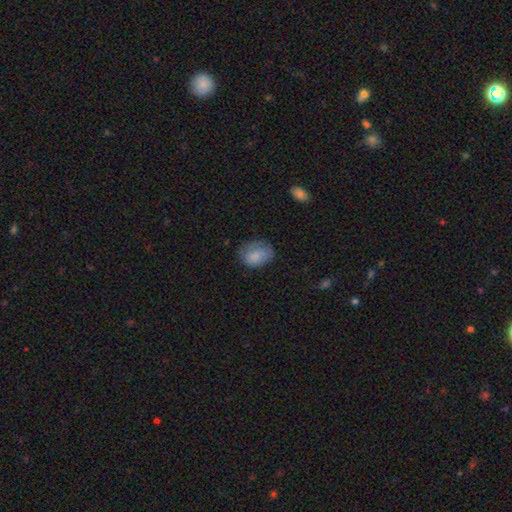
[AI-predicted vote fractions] Smooth or featured: smooth — 82% (featured or disk — 10%)
How rounded: in between — 58% (round — 41%)
Merging: none — 65% (minor disturbance — 26%)